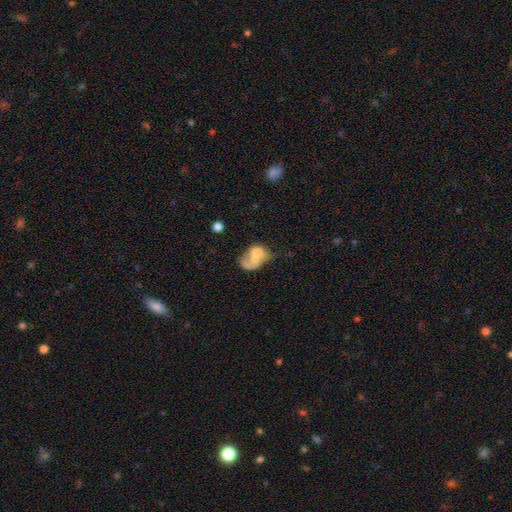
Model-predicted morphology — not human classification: Q: Smooth or featured?
A: smooth (48%); runner-up: featured or disk (43%)
Q: Merging?
A: merger (40%); runner-up: major disturbance (24%)